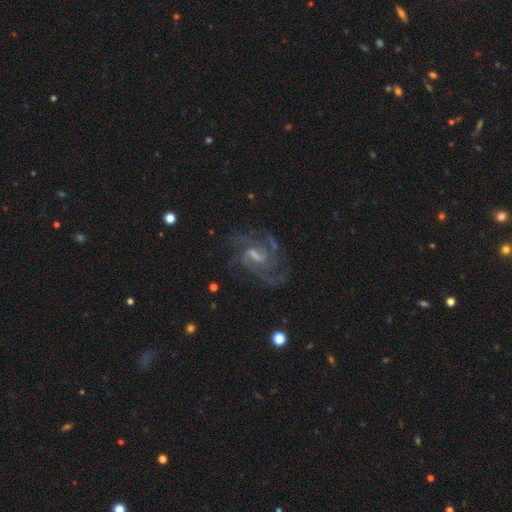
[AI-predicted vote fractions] Smooth or featured: featured or disk — 88% (star or artifact — 7%)
Edge-on disk: no — 97% (yes — 3%)
Bar: weak — 57% (strong — 26%)
Spiral arms: yes — 97% (no — 3%)
Spiral winding: medium — 53% (tight — 34%)
Spiral arm count: 3 — 32% (2 — 25%)
Bulge size: small — 40% (moderate — 33%)
Merging: none — 68% (minor disturbance — 16%)